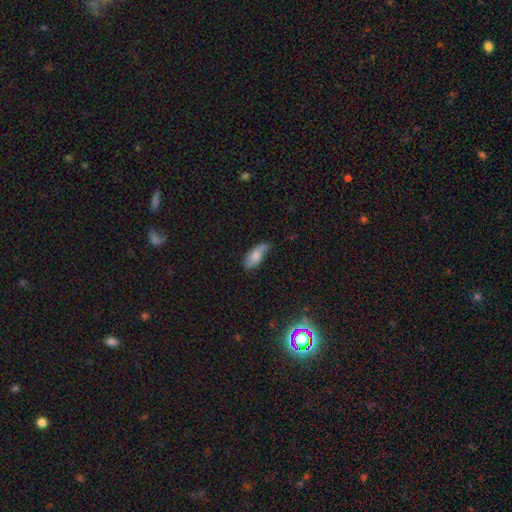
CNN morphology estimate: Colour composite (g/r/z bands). It shows a smooth galaxy with no disk features (70%) that is in between round and cigar-shaped (84%). Merging: none (59%).